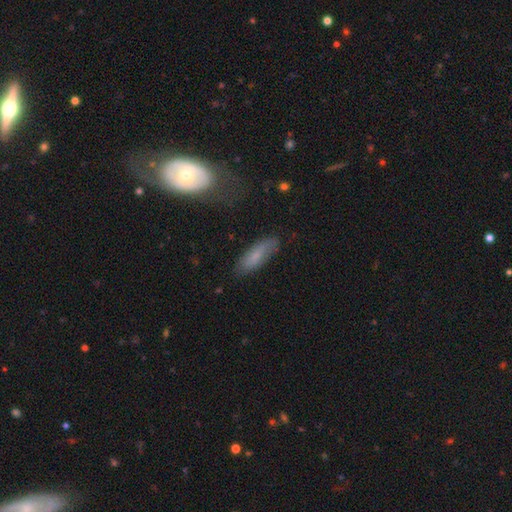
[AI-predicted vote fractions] A smooth galaxy with no disk features (66%) that is in between round and cigar-shaped (54%).

Vote fractions:
- Smooth or featured? smooth: 66% / featured or disk: 26% / star or artifact: 8%
- How rounded? in between: 54% / cigar-shaped: 44% / round: 2%
- Merging? none: 73% / minor disturbance: 19% / major disturbance: 6% / merger: 2%